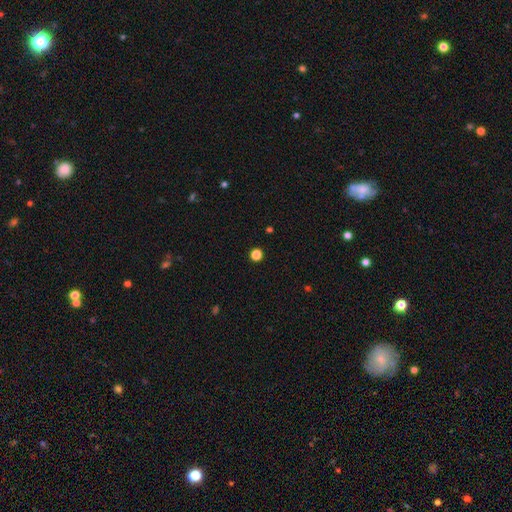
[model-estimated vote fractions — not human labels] A smooth galaxy with no disk features (76%) that is round (90%). Merging: none (92%).